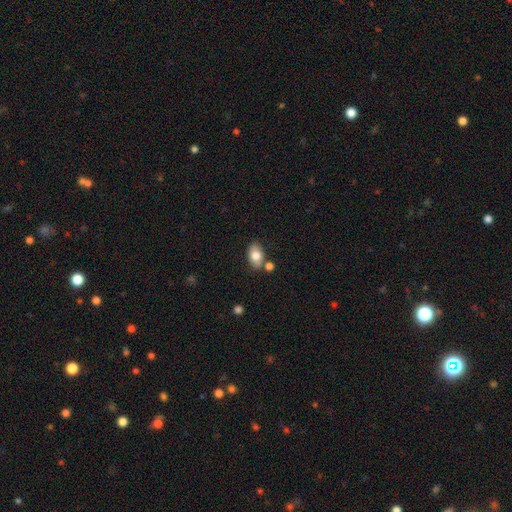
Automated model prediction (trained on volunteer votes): smooth_or_featured: smooth (p=0.77) [alt: featured or disk p=0.16]
how_rounded: in between (p=0.88) [alt: round p=0.11]
merging: none (p=0.72) [alt: minor disturbance p=0.13]